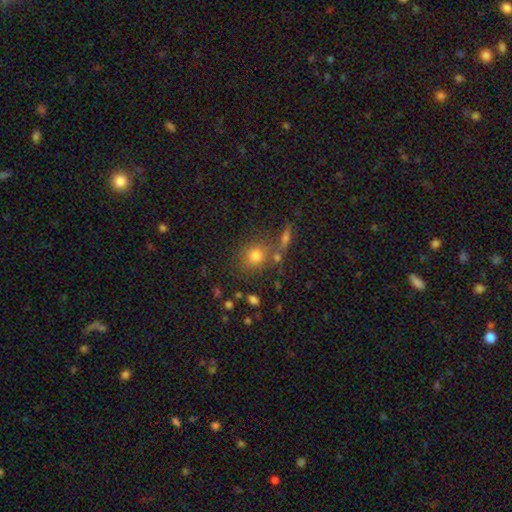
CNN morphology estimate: Smooth or featured? Predicted: smooth (p=0.74). How rounded? Predicted: round (p=0.73). Merging? Predicted: none (p=0.64).